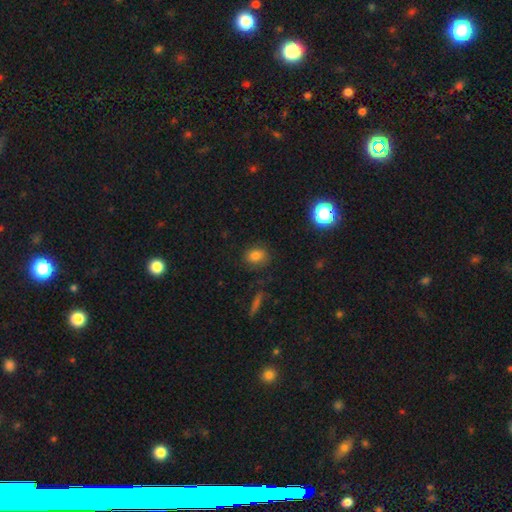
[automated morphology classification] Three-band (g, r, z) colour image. It shows a smooth galaxy with no disk features (81%) that is round (50%). Merging: none (80%).